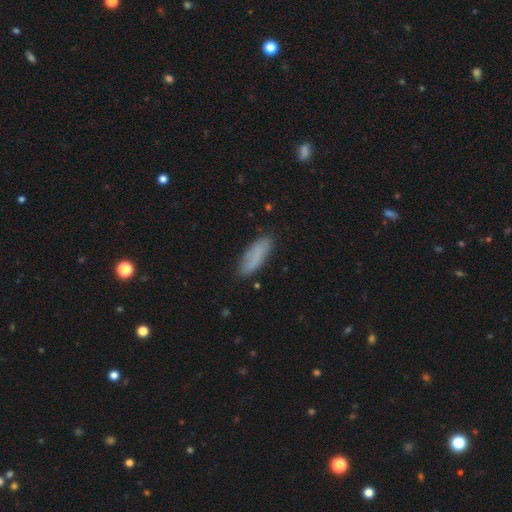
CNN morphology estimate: Smooth or featured?
  - smooth: 79% *
  - featured or disk: 14%
  - star or artifact: 7%
How rounded?
  - in between: 54% *
  - cigar-shaped: 44%
  - round: 2%
Merging?
  - none: 78% *
  - minor disturbance: 17%
  - major disturbance: 4%
  - merger: 2%